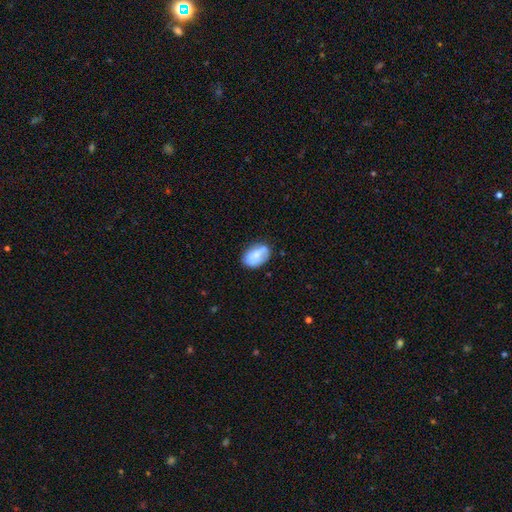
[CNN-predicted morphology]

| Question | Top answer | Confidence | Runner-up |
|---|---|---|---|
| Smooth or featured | smooth | 71% | featured or disk (21%) |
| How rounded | in between | 88% | round (11%) |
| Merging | none | 64% | minor disturbance (25%) |